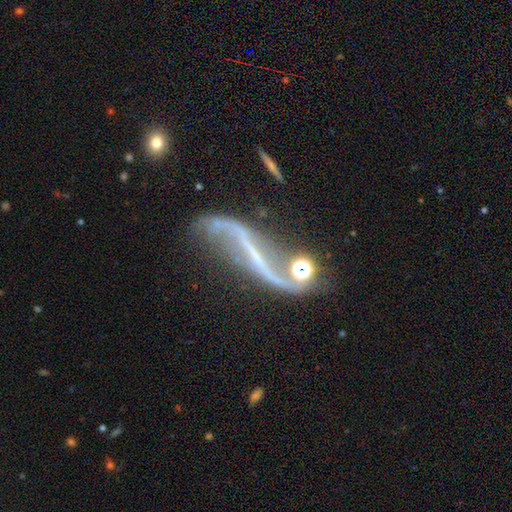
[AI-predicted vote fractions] This is clearly a featured or disk galaxy (83%). It is clearly not viewed edge-on (82%). Bar: possibly strong (48%). Spiral arm pattern: clearly yes (85%). Spiral arm count: clearly 2 (85%). Spiral winding: clearly loose (89%). Central bulge: possibly small (47%). Merging: marginally none (41%).